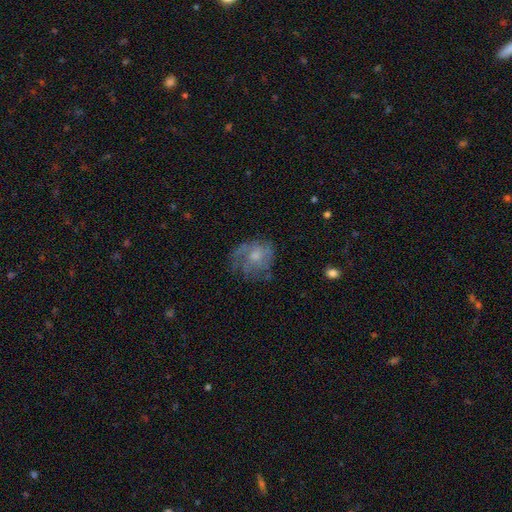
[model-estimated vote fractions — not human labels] smooth-or-featured: featured or disk: 52% | smooth: 39% | star or artifact: 9%
  disk-edge-on: no: 97% | yes: 3%
    bar: no: 80% | weak: 18% | strong: 2%
    has-spiral-arms: yes: 60% | no: 40%
    bulge-size: moderate: 47% | small: 40% | none: 7% | large: 4% | dominant: 1%
  merging: none: 49% | minor disturbance: 25% | major disturbance: 24% | merger: 2%